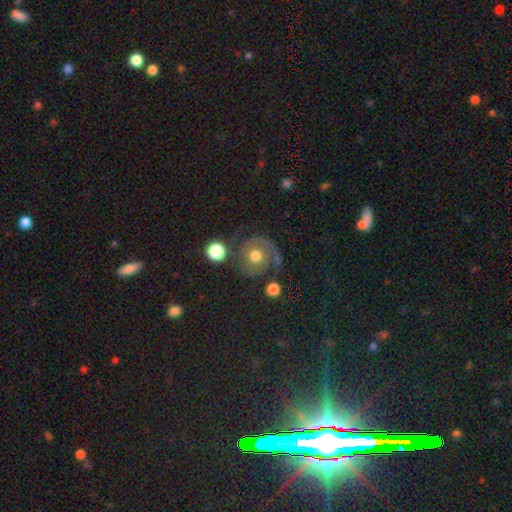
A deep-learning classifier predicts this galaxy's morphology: smooth-or-featured: featured or disk: 70% | smooth: 22% | star or artifact: 9%
  disk-edge-on: no: 98% | yes: 2%
    bar: no: 81% | weak: 16% | strong: 3%
    has-spiral-arms: yes: 88% | no: 12%
      spiral-winding: tight: 46% | medium: 39% | loose: 15%
      spiral-arm-count: 2: 69% | 1: 15% | can't tell: 9% | 3: 3% | 4: 2% | more than 4: 2%
    bulge-size: moderate: 73% | large: 15% | small: 9% | dominant: 2% | none: 2%
  merging: none: 64% | minor disturbance: 17% | major disturbance: 14% | merger: 5%